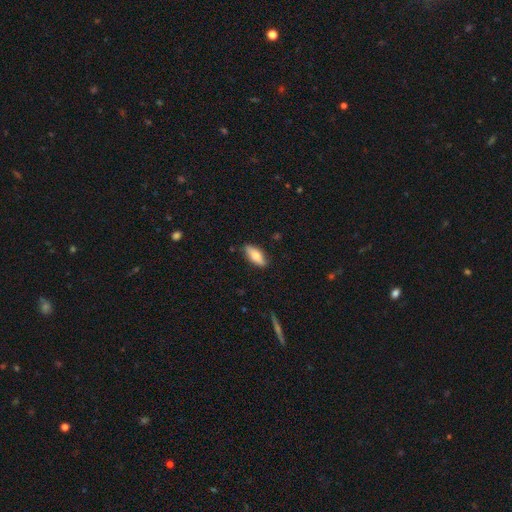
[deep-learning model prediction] A smooth galaxy with no disk features (72%) that is in between round and cigar-shaped (76%).

Vote fractions:
- Smooth or featured? smooth: 72% / featured or disk: 22% / star or artifact: 6%
- How rounded? in between: 76% / cigar-shaped: 21% / round: 3%
- Merging? none: 81% / minor disturbance: 15% / major disturbance: 2% / merger: 1%